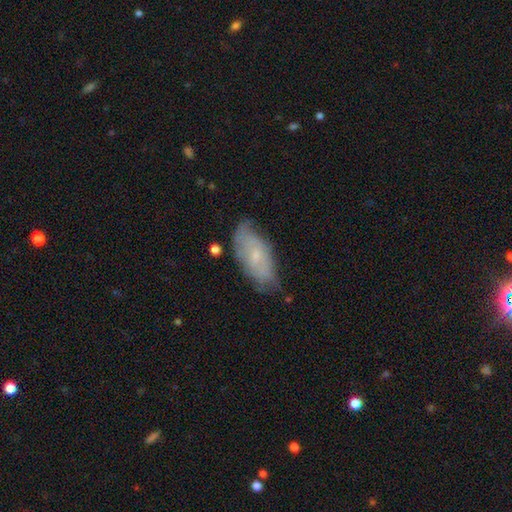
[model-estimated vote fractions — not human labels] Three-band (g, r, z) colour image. It shows a smooth galaxy with no disk features (50%) that is in between round and cigar-shaped (86%). Merging: none (62%).